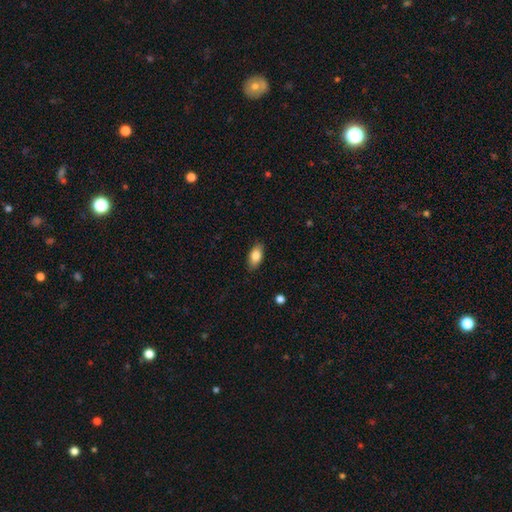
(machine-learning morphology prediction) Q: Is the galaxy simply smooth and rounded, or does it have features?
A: smooth — 83%.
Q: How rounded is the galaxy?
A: in between — 90%.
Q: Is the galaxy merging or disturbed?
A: none — 85%.